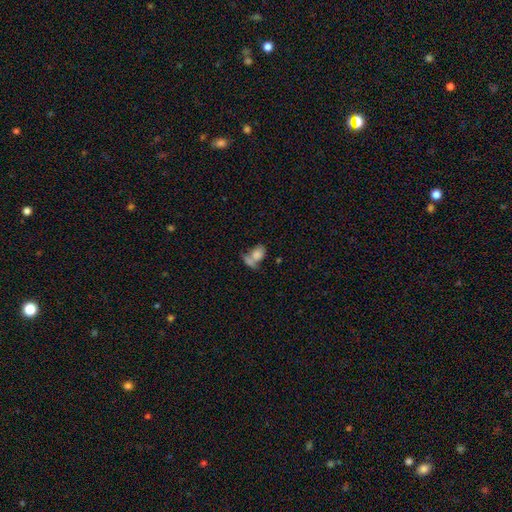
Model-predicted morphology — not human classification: This appears to be a smooth galaxy with no disk features (77%) that is in between round and cigar-shaped (76%). Merging: merger (54%).